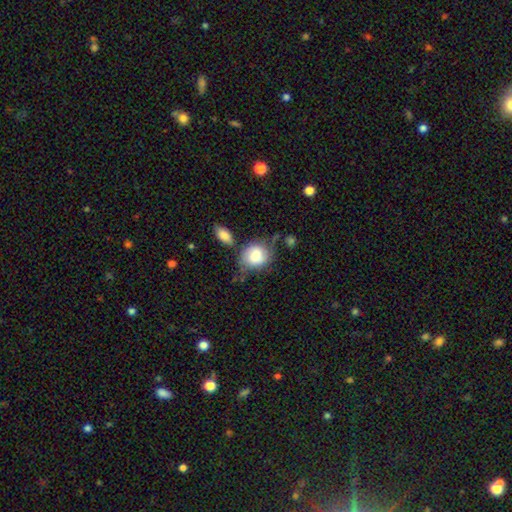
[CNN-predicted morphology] Smooth or featured: smooth — 78% (featured or disk — 15%)
How rounded: round — 62% (in between — 37%)
Merging: none — 46% (minor disturbance — 30%)